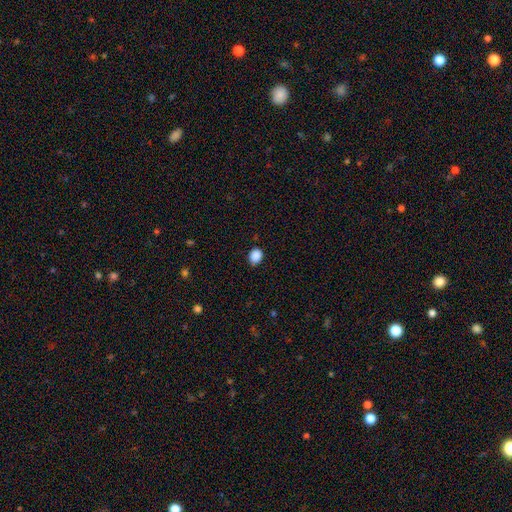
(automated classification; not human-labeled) A smooth galaxy with no disk features (88%) that is round (51%). Merging: none (84%).